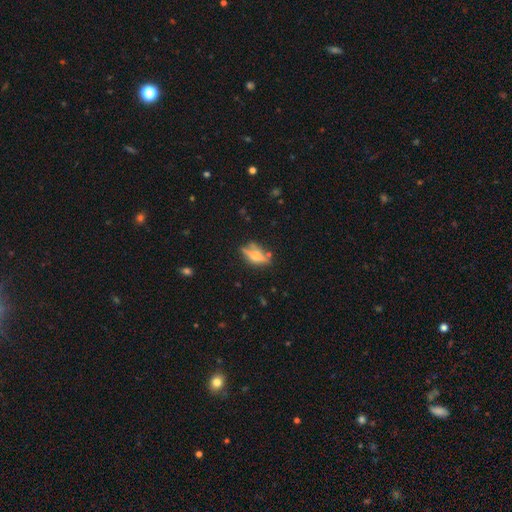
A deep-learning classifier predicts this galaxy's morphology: Smooth or featured?
  - featured or disk: 50% *
  - smooth: 40%
  - star or artifact: 11%
Merging?
  - none: 67% *
  - minor disturbance: 18%
  - major disturbance: 8%
  - merger: 7%